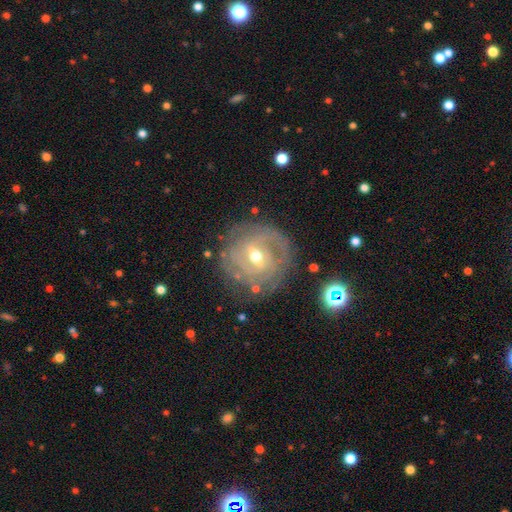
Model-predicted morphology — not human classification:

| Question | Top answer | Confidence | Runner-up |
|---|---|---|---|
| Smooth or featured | featured or disk | 80% | smooth (12%) |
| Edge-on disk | no | 96% | yes (4%) |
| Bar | weak | 51% | no (25%) |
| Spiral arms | yes | 87% | no (13%) |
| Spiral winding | tight | 72% | medium (22%) |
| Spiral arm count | can't tell | 42% | 2 (24%) |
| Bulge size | moderate | 56% | small (40%) |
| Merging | none | 77% | minor disturbance (14%) |